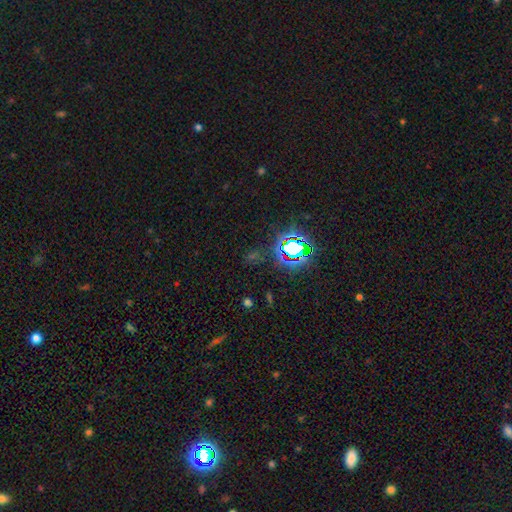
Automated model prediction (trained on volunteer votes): star or artifact 74%, smooth 17%, featured or disk 8%.